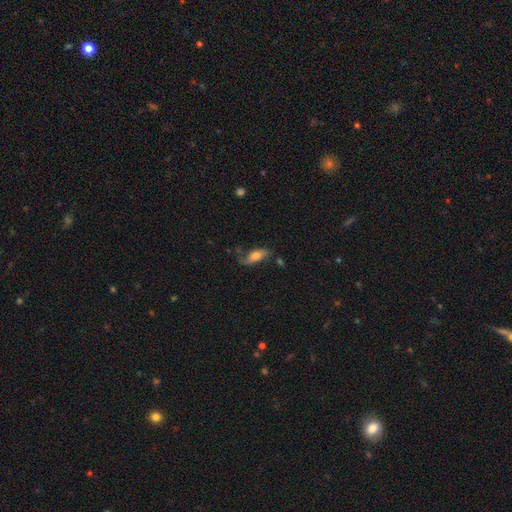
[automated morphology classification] Smooth or featured?
  - smooth: 50% *
  - featured or disk: 43%
  - star or artifact: 8%
Merging?
  - none: 53% *
  - minor disturbance: 26%
  - major disturbance: 16%
  - merger: 4%